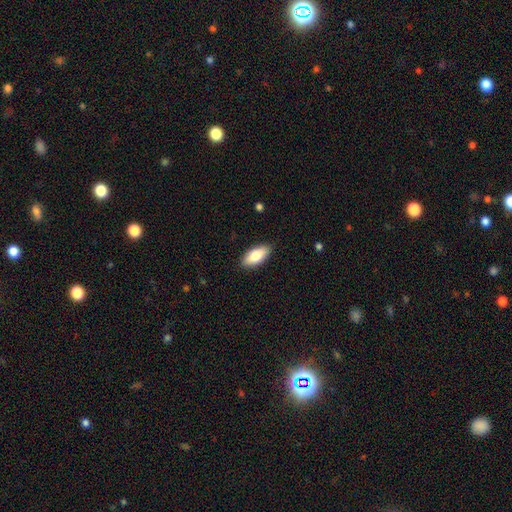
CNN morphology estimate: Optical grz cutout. It shows a smooth galaxy with no disk features (80%) that is in between round and cigar-shaped (88%). Merging: none (89%).